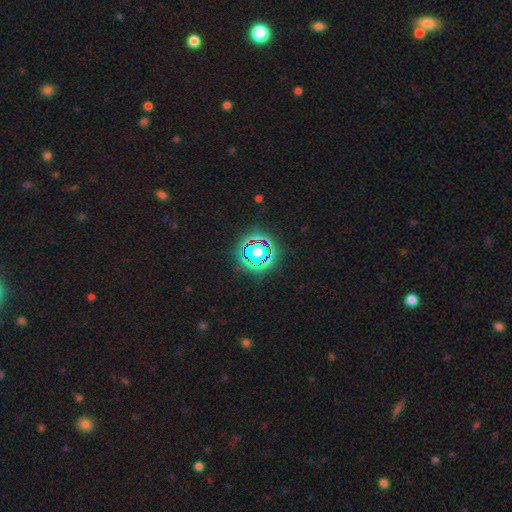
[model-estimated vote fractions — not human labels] Smooth or featured? star or artifact (60%)